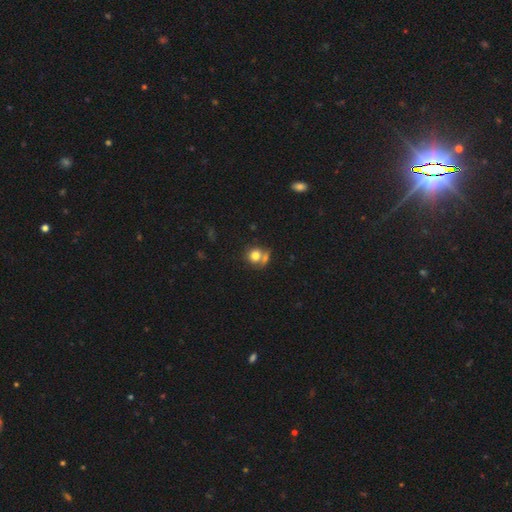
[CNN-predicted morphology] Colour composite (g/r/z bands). It shows a smooth galaxy with no disk features (77%) that is round (81%). Merging: none (49%).